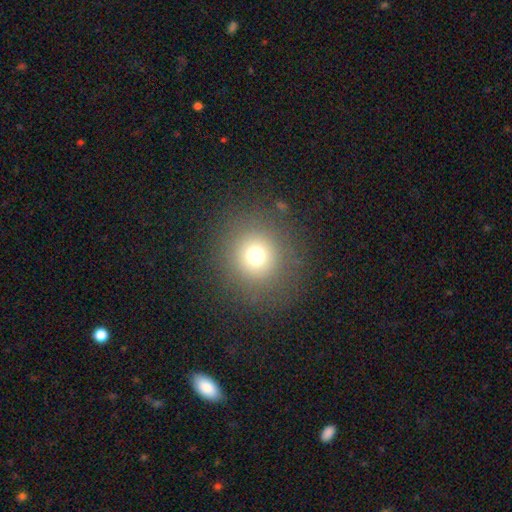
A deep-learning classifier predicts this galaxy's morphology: Q: Smooth or featured?
A: smooth (71%); runner-up: star or artifact (18%)
Q: How rounded?
A: round (91%); runner-up: in between (8%)
Q: Merging?
A: none (86%); runner-up: minor disturbance (7%)